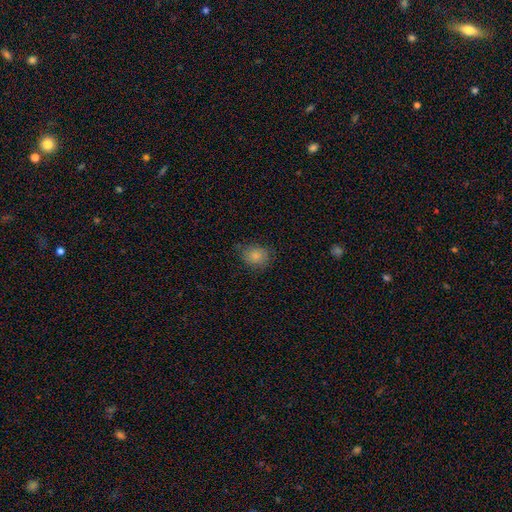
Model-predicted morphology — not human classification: A smooth galaxy with no disk features (83%) that is round (63%). Merging: none (73%).